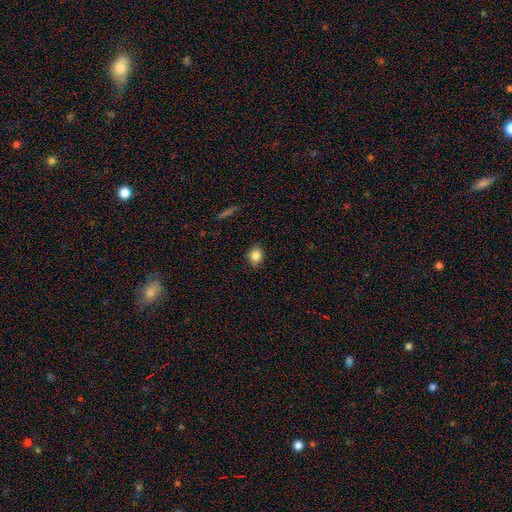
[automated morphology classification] Overall: smooth (83%). How rounded: round (52%; in between 46%). Merging: none (86%).